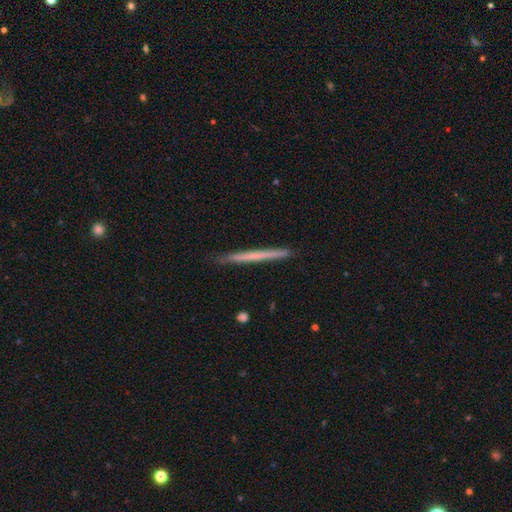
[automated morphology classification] Smooth or featured?
  - smooth: 53% *
  - featured or disk: 42%
  - star or artifact: 5%
How rounded?
  - cigar-shaped: 97% *
  - in between: 1%
  - round: 1%
Merging?
  - none: 89% *
  - minor disturbance: 9%
  - major disturbance: 1%
  - merger: 1%